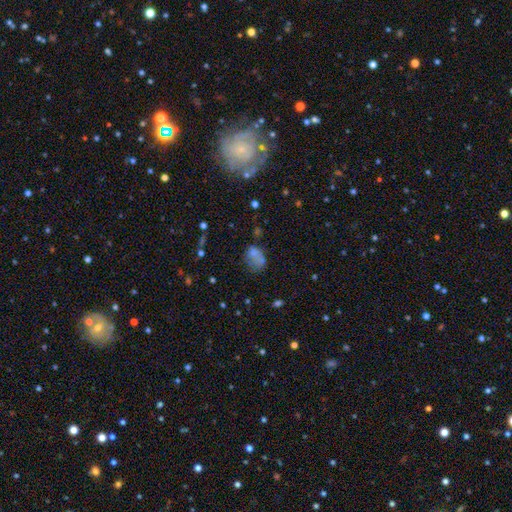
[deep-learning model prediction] A smooth galaxy with no disk features (63%) that is in between round and cigar-shaped (75%).

Vote fractions:
- Smooth or featured? smooth: 63% / featured or disk: 22% / star or artifact: 15%
- How rounded? in between: 75% / round: 23% / cigar-shaped: 2%
- Merging? none: 32% / major disturbance: 24% / minor disturbance: 23% / merger: 21%